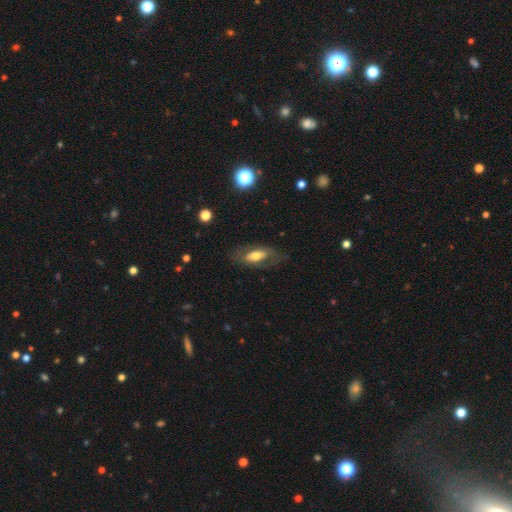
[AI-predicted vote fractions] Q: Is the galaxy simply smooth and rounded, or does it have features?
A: smooth — 51%.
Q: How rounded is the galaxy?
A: in between — 81%.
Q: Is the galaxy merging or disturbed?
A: none — 69%.